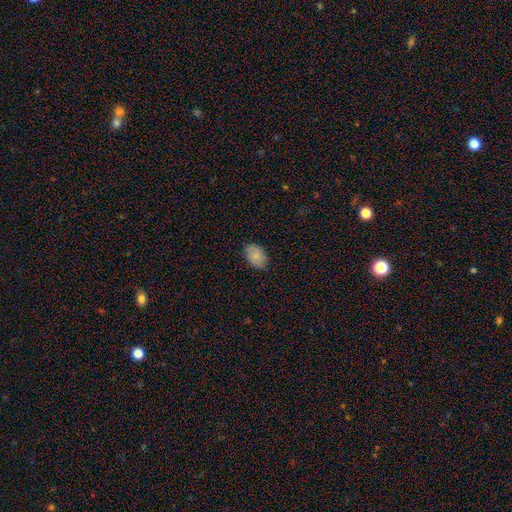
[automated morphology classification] Smooth or featured? Predicted: smooth (p=0.81). How rounded? Predicted: in between (p=0.85). Merging? Predicted: none (p=0.81).